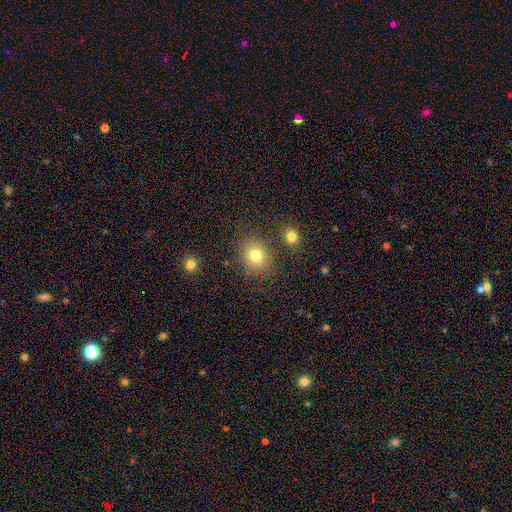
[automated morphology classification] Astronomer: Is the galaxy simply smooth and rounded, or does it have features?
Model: smooth — 79%.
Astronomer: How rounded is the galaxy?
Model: round — 67%.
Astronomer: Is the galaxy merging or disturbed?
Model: none — 80%.